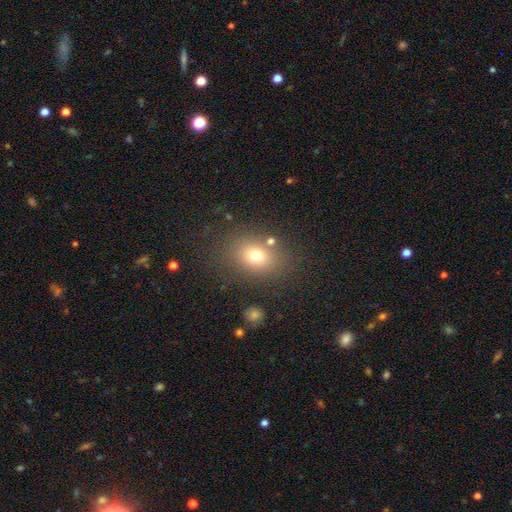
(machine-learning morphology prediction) smooth-or-featured: smooth: 72% | star or artifact: 16% | featured or disk: 13%
  how-rounded: in between: 57% | round: 41% | cigar-shaped: 1%
  merging: none: 77% | minor disturbance: 12% | major disturbance: 6% | merger: 5%